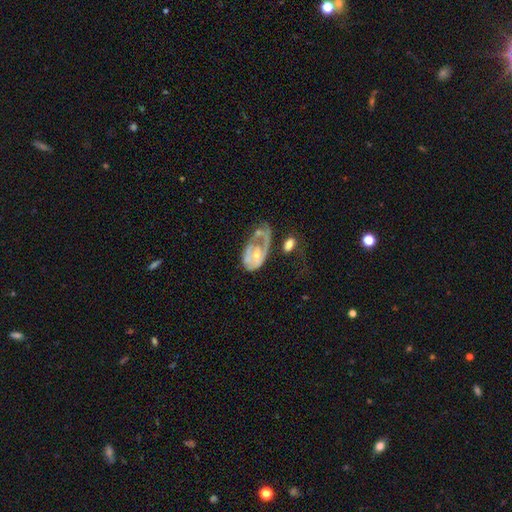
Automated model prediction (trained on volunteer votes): smooth-or-featured: featured or disk: 69% | smooth: 25% | star or artifact: 6%
  disk-edge-on: no: 96% | yes: 4%
    bar: no: 56% | weak: 35% | strong: 9%
    has-spiral-arms: yes: 61% | no: 39%
    bulge-size: small: 56% | moderate: 35% | none: 6% | large: 2% | dominant: 1%
  merging: major disturbance: 47% | minor disturbance: 20% | none: 17% | merger: 16%